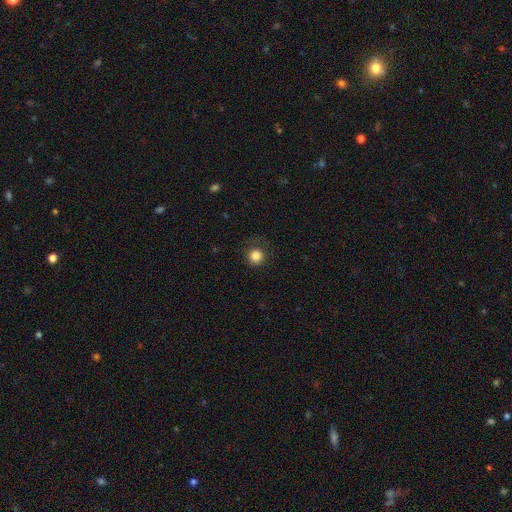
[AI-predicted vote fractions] smooth_or_featured: smooth (p=0.84) [alt: star or artifact p=0.11]
how_rounded: round (p=0.93) [alt: in between p=0.06]
merging: none (p=0.81) [alt: minor disturbance p=0.12]